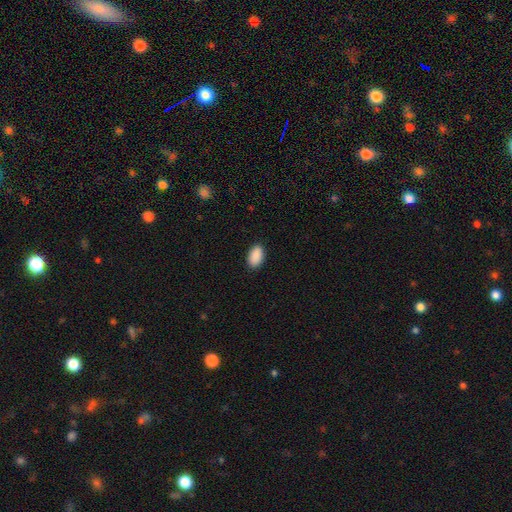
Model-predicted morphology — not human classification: type=smooth (91%); roundness=in between (93%); merging=none (89%).